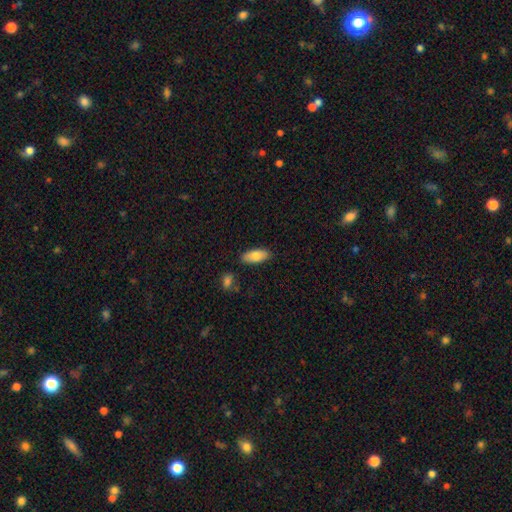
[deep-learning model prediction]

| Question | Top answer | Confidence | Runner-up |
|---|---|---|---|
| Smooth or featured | smooth | 80% | featured or disk (14%) |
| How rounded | in between | 84% | cigar-shaped (14%) |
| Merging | none | 84% | minor disturbance (11%) |